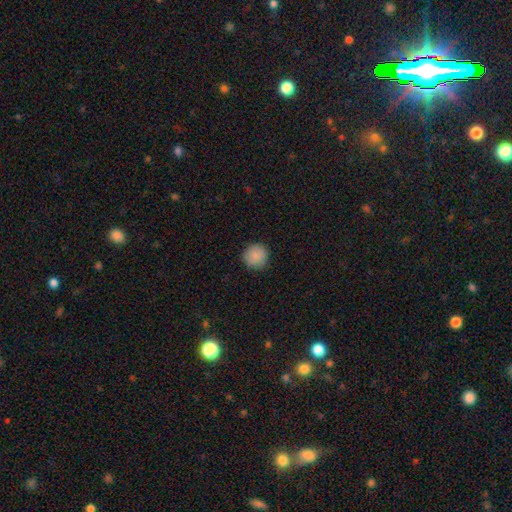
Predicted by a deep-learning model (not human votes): Q: Smooth or featured?
A: smooth (87%); runner-up: star or artifact (8%)
Q: How rounded?
A: round (94%); runner-up: in between (5%)
Q: Merging?
A: none (89%); runner-up: minor disturbance (8%)